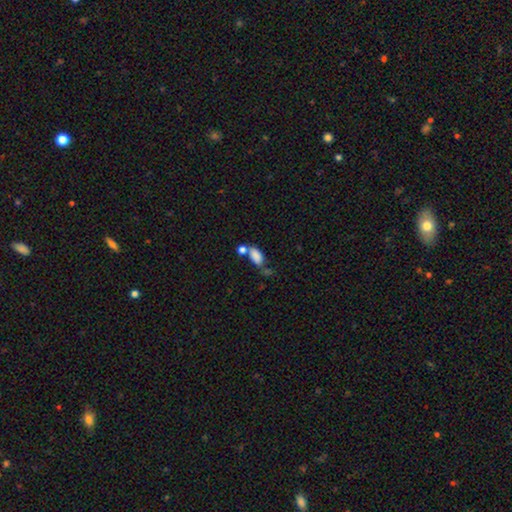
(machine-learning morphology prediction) smooth_or_featured: smooth (p=0.84) [alt: star or artifact p=0.09]
how_rounded: in between (p=0.90) [alt: round p=0.05]
merging: none (p=0.41) [alt: merger p=0.38]